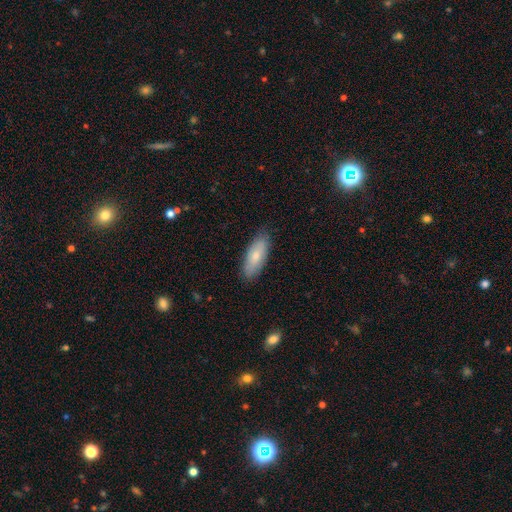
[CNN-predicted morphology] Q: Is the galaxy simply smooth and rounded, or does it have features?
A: smooth — 75%.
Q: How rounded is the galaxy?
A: in between — 76%.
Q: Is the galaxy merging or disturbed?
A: none — 84%.